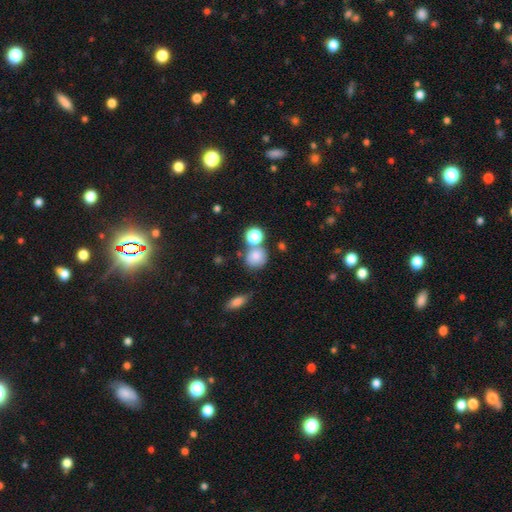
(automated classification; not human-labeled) This appears to be a smooth galaxy with no disk features (79%) that is round (82%). Merging: none (56%).